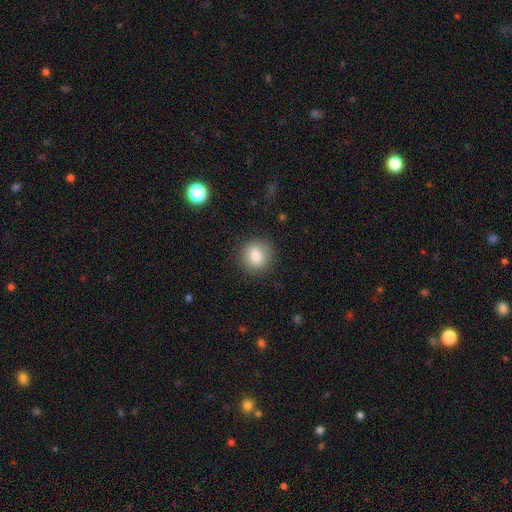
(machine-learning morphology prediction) Smooth or featured? Predicted: smooth (p=0.83). How rounded? Predicted: round (p=0.78). Merging? Predicted: none (p=0.87).